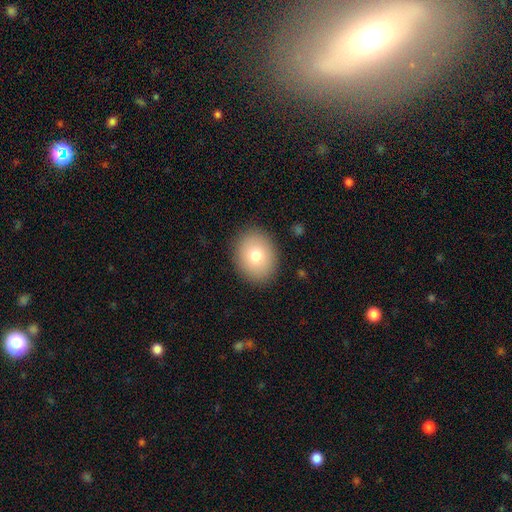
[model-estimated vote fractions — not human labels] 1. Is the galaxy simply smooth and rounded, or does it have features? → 77% smooth, 14% featured or disk, 9% star or artifact.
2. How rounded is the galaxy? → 51% round, 48% in between, 1% cigar-shaped.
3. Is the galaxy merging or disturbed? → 88% none, 8% minor disturbance, 3% major disturbance, 1% merger.